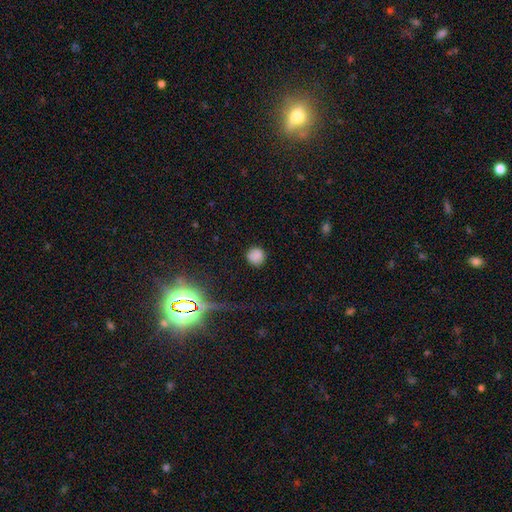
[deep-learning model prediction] Smooth or featured?
  - smooth: 81% *
  - star or artifact: 14%
  - featured or disk: 5%
How rounded?
  - round: 93% *
  - in between: 6%
  - cigar-shaped: 1%
Merging?
  - none: 87% *
  - minor disturbance: 8%
  - major disturbance: 3%
  - merger: 1%